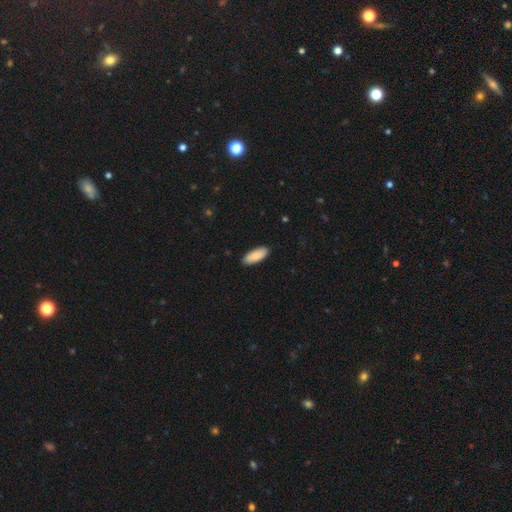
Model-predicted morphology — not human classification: This appears to be a smooth galaxy with no disk features (89%) that is in between round and cigar-shaped (79%). Merging: none (90%).